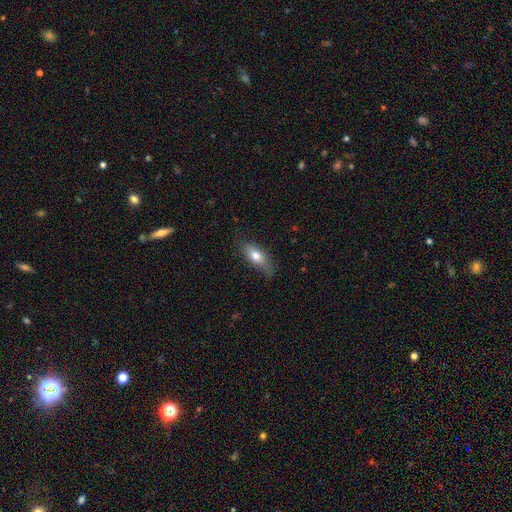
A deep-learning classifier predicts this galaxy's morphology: smooth 71%, featured or disk 22%, star or artifact 7%. Down the decision tree: how rounded — in between (69%); merging — none (68%).